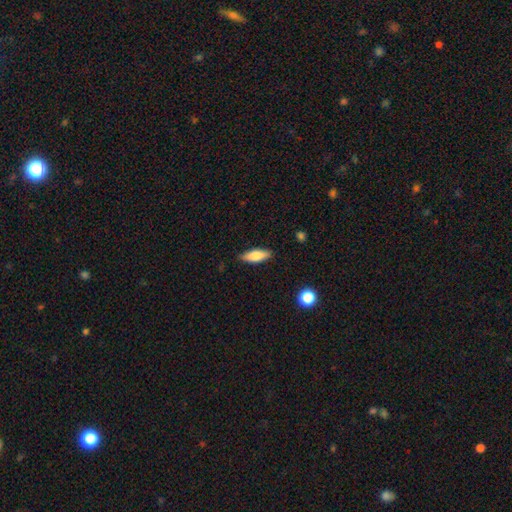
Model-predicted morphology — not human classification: Smooth or featured?
  - smooth: 73% *
  - featured or disk: 21%
  - star or artifact: 7%
How rounded?
  - in between: 63% *
  - cigar-shaped: 35%
  - round: 3%
Merging?
  - none: 85% *
  - minor disturbance: 11%
  - major disturbance: 2%
  - merger: 1%